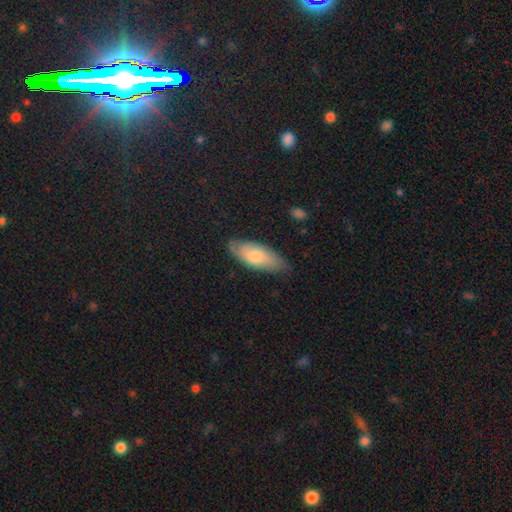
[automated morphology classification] This appears to be a smooth galaxy with no disk features (60%) that is in between round and cigar-shaped (80%). Merging: none (71%).